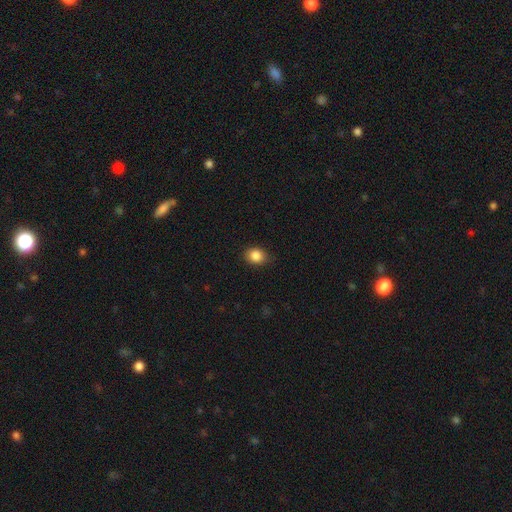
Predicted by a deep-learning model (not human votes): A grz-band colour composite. It shows a smooth galaxy with no disk features (87%) that is round (52%). Merging: none (81%).